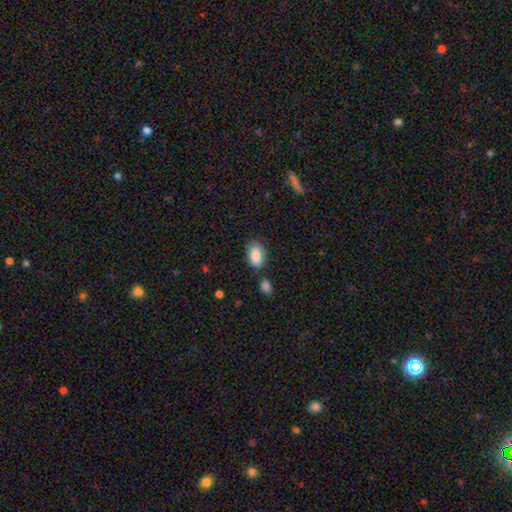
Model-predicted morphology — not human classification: The model was most divided on "merging": none: 72%, minor disturbance: 15%, merger: 8%, major disturbance: 4%. More confident: how rounded — in between (91%); smooth or featured — smooth (87%).